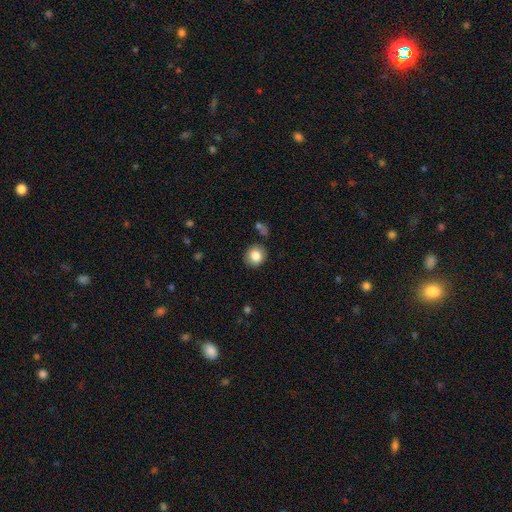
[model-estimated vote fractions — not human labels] smooth 83%, star or artifact 9%, featured or disk 8%. Down the decision tree: how rounded — round (81%); merging — none (85%).